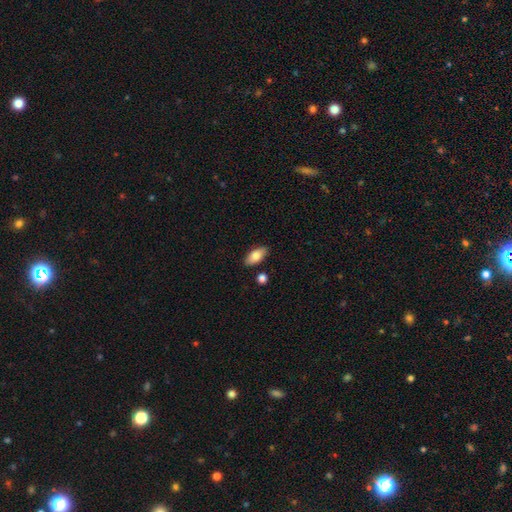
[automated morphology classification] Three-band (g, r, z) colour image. It shows a smooth galaxy with no disk features (82%) that is in between round and cigar-shaped (90%). Merging: none (84%).